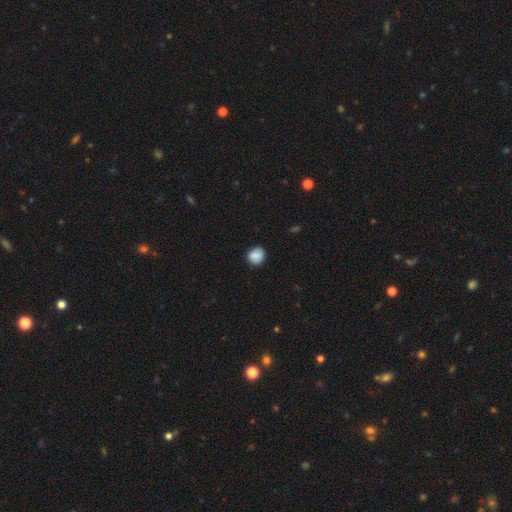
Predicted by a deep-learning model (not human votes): A smooth galaxy with no disk features (86%) that is round (84%).

Vote fractions:
- Smooth or featured? smooth: 86% / star or artifact: 8% / featured or disk: 6%
- How rounded? round: 84% / in between: 15% / cigar-shaped: 1%
- Merging? none: 84% / minor disturbance: 12% / major disturbance: 2% / merger: 1%